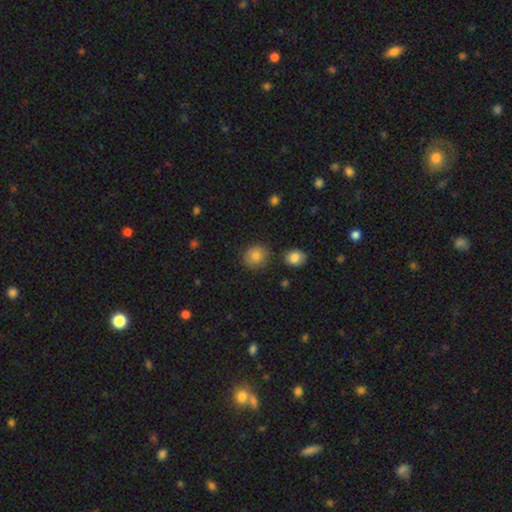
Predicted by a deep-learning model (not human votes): smooth 82%, star or artifact 9%, featured or disk 9%. Down the decision tree: how rounded — round (83%); merging — none (80%).